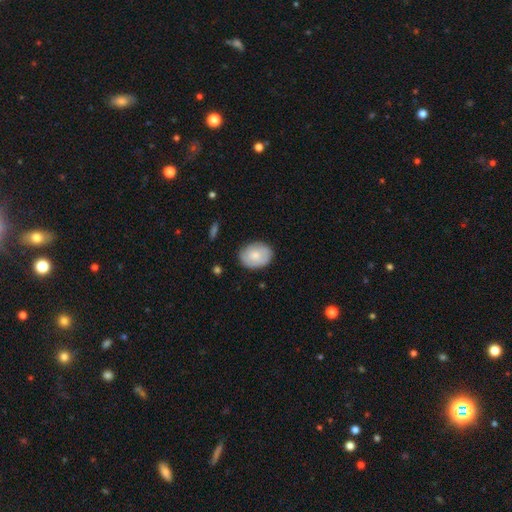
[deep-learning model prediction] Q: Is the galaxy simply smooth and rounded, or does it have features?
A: smooth — 74%.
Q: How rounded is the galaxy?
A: in between — 67%.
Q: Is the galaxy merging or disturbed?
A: none — 80%.